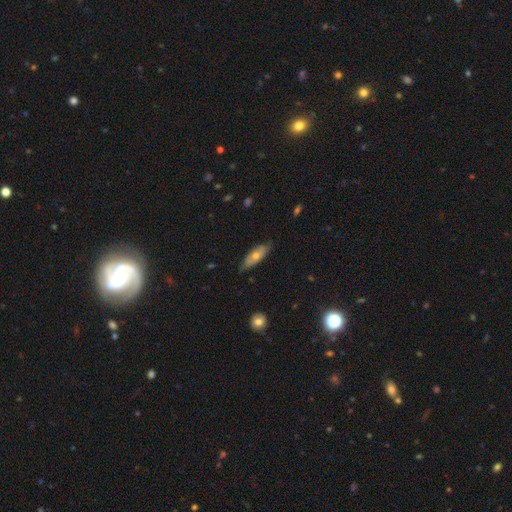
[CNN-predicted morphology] Q: Smooth or featured?
A: smooth (52%); runner-up: featured or disk (42%)
Q: How rounded?
A: in between (65%); runner-up: cigar-shaped (32%)
Q: Merging?
A: none (73%); runner-up: minor disturbance (22%)